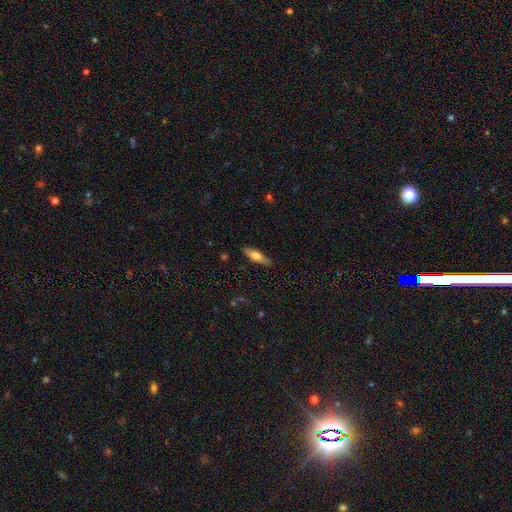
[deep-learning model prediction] Q: Smooth or featured?
A: smooth (58%); runner-up: featured or disk (35%)
Q: How rounded?
A: cigar-shaped (64%); runner-up: in between (34%)
Q: Merging?
A: none (86%); runner-up: minor disturbance (11%)